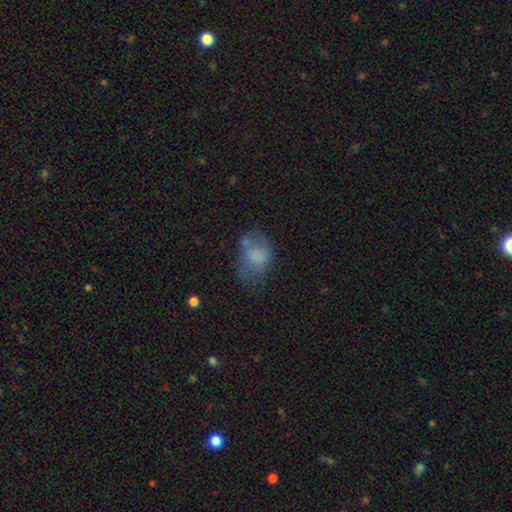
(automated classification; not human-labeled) This appears to be a smooth galaxy with no disk features (68%) that is in between round and cigar-shaped (74%). Merging: none (39%).